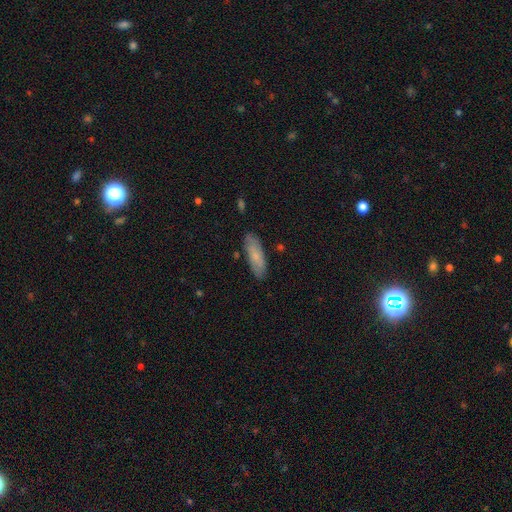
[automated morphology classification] A smooth galaxy with no disk features (72%) that is in between round and cigar-shaped (50%).

Vote fractions:
- Smooth or featured? smooth: 72% / featured or disk: 21% / star or artifact: 7%
- How rounded? in between: 50% / cigar-shaped: 48% / round: 2%
- Merging? none: 83% / minor disturbance: 12% / major disturbance: 2% / merger: 2%